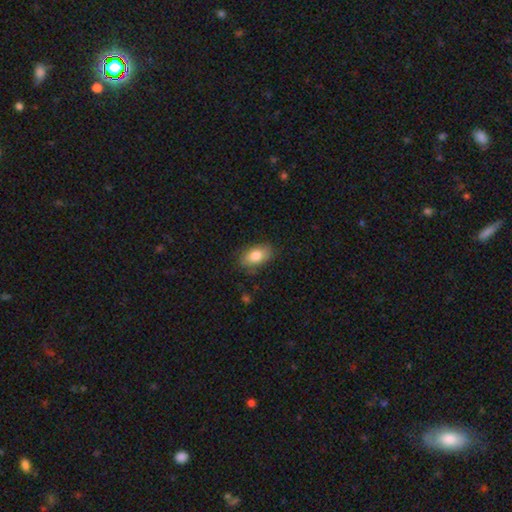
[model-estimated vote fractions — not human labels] Morphology: type=smooth (83%); roundness=in between (91%); merging=none (81%).